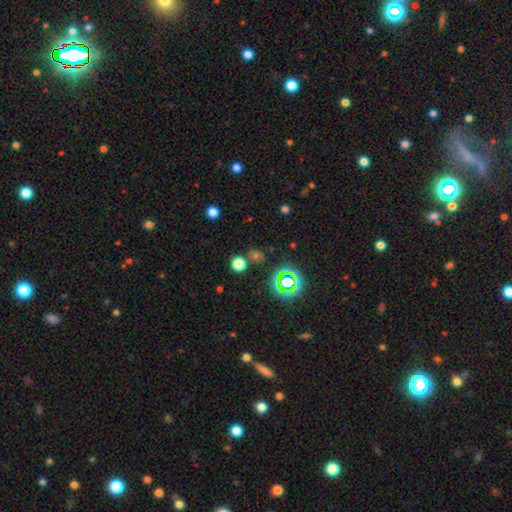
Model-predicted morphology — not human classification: This is possibly a star or artifact rather than a galaxy (50%).